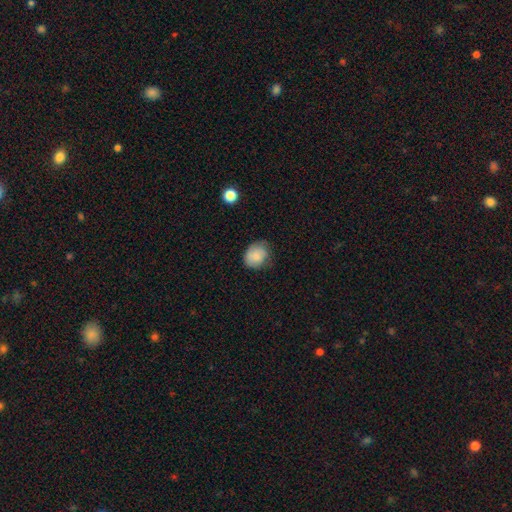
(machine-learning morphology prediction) A smooth galaxy with no disk features (80%) that is round (51%).

Vote fractions:
- Smooth or featured? smooth: 80% / featured or disk: 12% / star or artifact: 8%
- How rounded? round: 51% / in between: 48% / cigar-shaped: 1%
- Merging? none: 61% / minor disturbance: 30% / major disturbance: 8% / merger: 1%